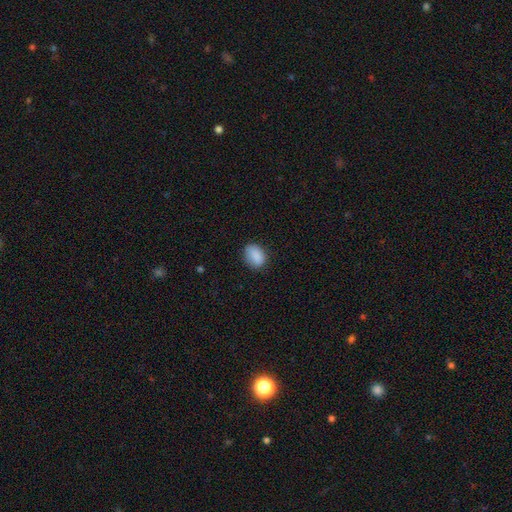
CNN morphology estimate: This is clearly a smooth galaxy (88%). How rounded: likely in between (73%). Merging: likely none (78%).